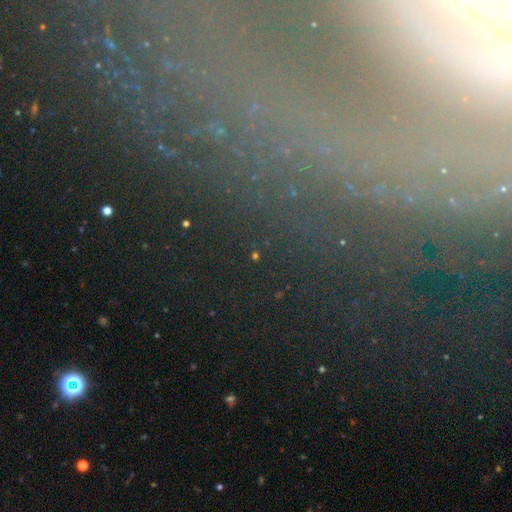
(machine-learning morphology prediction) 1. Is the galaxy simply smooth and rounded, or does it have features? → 68% star or artifact, 19% smooth, 13% featured or disk.